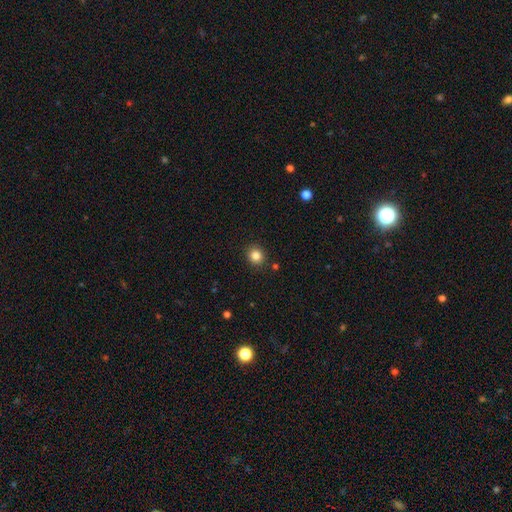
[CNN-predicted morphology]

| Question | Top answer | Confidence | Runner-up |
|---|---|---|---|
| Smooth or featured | smooth | 83% | star or artifact (11%) |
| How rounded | round | 83% | in between (16%) |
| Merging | none | 90% | minor disturbance (7%) |